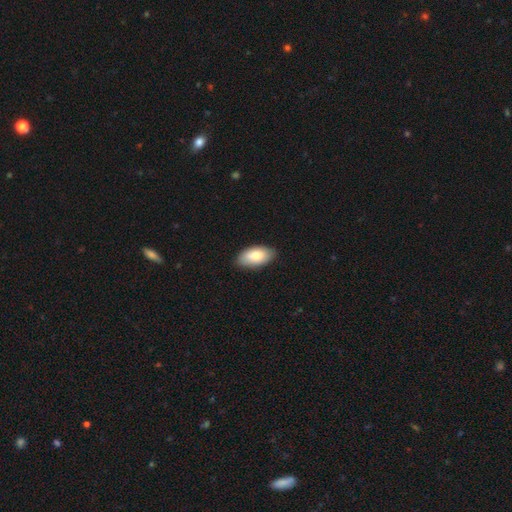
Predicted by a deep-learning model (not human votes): A smooth galaxy with no disk features (83%) that is in between round and cigar-shaped (95%).

Vote fractions:
- Smooth or featured? smooth: 83% / featured or disk: 11% / star or artifact: 6%
- How rounded? in between: 95% / cigar-shaped: 3% / round: 2%
- Merging? none: 86% / minor disturbance: 11% / major disturbance: 2% / merger: 1%